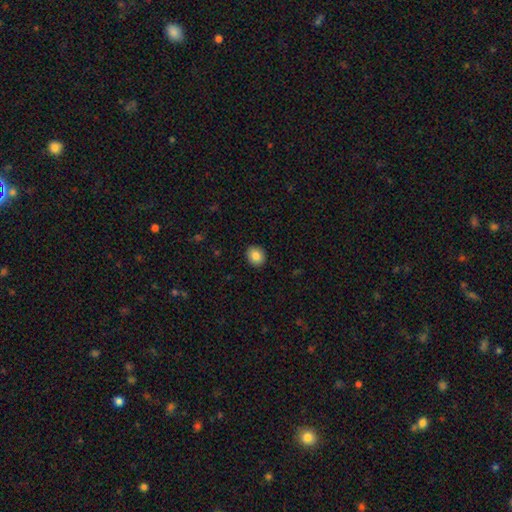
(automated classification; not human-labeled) Smooth or featured? smooth (86%)
How rounded? round (64%)
Merging? none (91%)